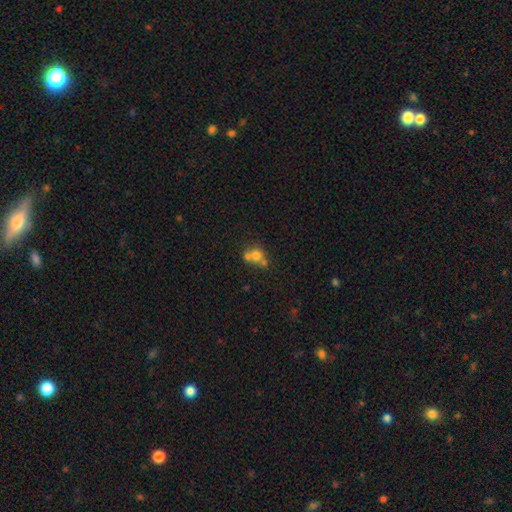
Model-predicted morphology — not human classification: The model was most divided on "merging": merger: 52%, none: 35%, minor disturbance: 8%, major disturbance: 5%. More confident: how rounded — round (78%); smooth or featured — smooth (65%).